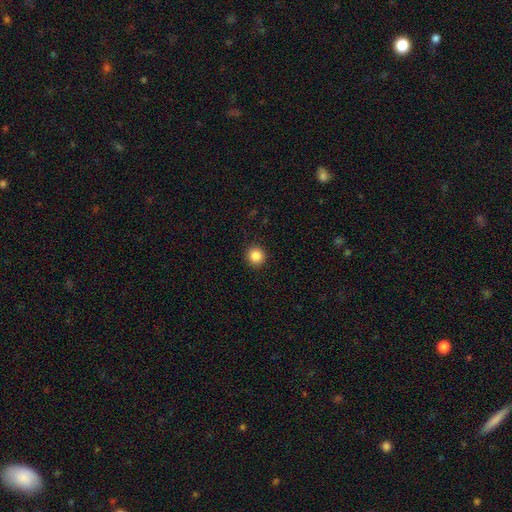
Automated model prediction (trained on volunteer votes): Overall: smooth (86%). How rounded: round (94%). Merging: none (92%).